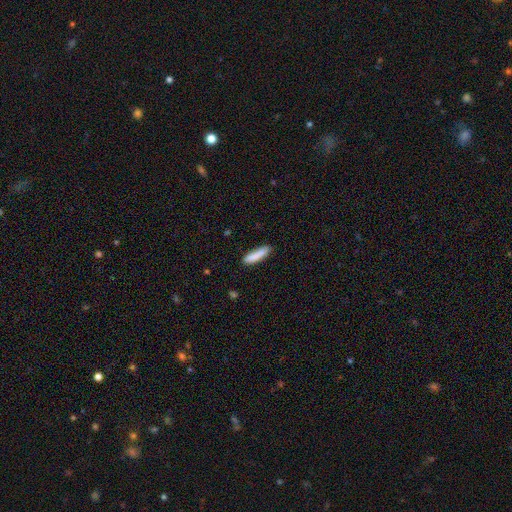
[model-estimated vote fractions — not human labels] Smooth or featured? smooth (84%)
How rounded? cigar-shaped (78%)
Merging? none (80%)